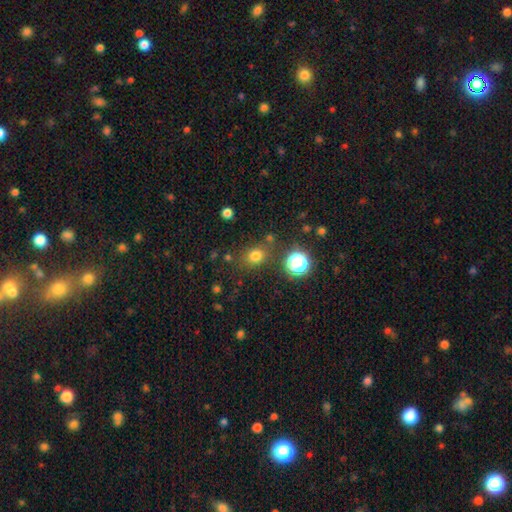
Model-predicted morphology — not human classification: smooth-or-featured: smooth: 74% | star or artifact: 19% | featured or disk: 7%
  how-rounded: round: 68% | in between: 31% | cigar-shaped: 1%
  merging: none: 77% | minor disturbance: 12% | merger: 6% | major disturbance: 5%